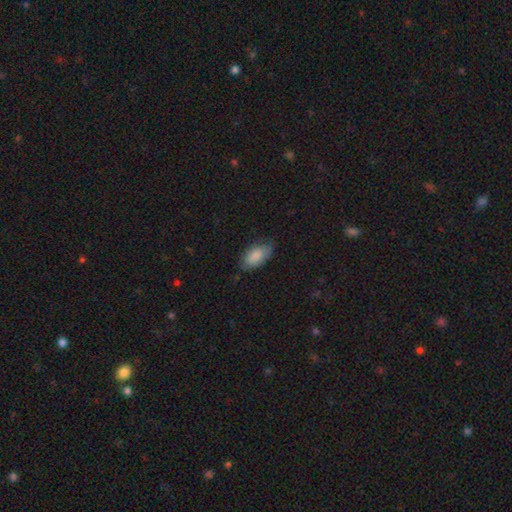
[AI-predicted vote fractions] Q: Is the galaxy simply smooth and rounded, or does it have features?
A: smooth — 84%.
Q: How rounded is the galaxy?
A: in between — 92%.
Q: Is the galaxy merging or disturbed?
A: none — 67%.